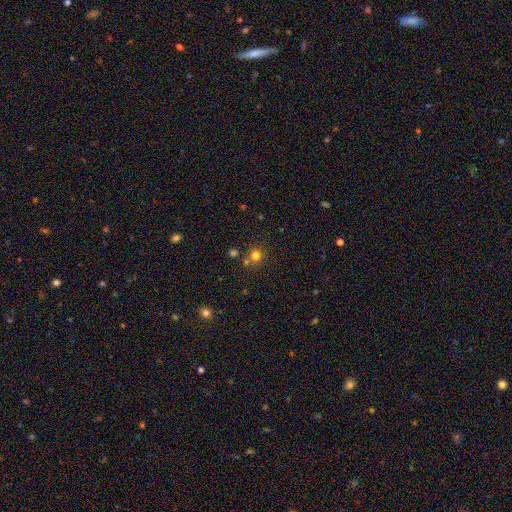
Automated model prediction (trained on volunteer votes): Smooth or featured? smooth (75%)
How rounded? round (91%)
Merging? none (72%)